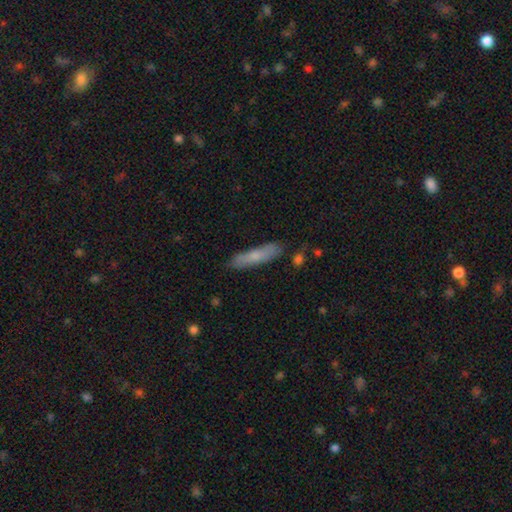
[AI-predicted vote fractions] Overall: smooth (68%). How rounded: cigar-shaped (82%). Merging: none (80%).